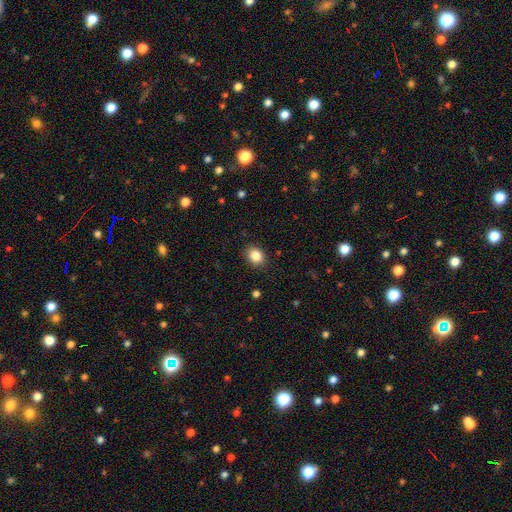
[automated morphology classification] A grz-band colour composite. It shows a smooth galaxy with no disk features (86%) that is in between round and cigar-shaped (54%). Merging: none (87%).